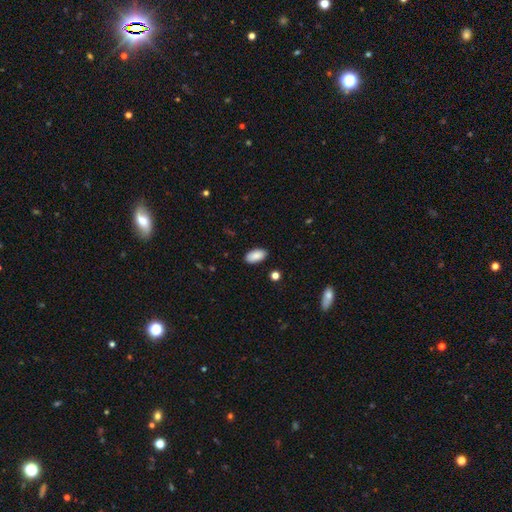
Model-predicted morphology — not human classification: Q: Smooth or featured?
A: smooth (89%); runner-up: star or artifact (7%)
Q: How rounded?
A: in between (95%); runner-up: cigar-shaped (3%)
Q: Merging?
A: none (89%); runner-up: minor disturbance (8%)